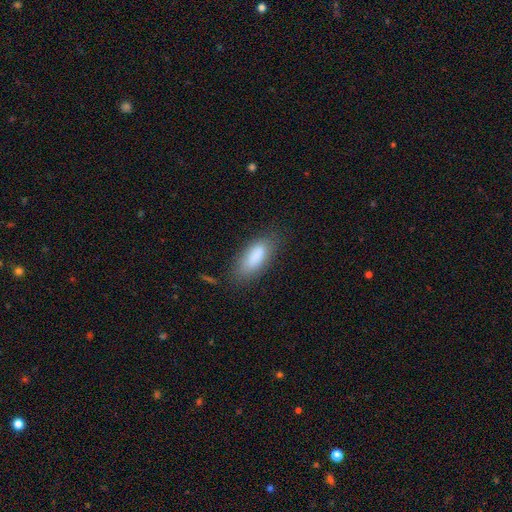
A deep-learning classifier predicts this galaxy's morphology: A smooth galaxy with no disk features (85%) that is in between round and cigar-shaped (80%). Merging: none (76%).